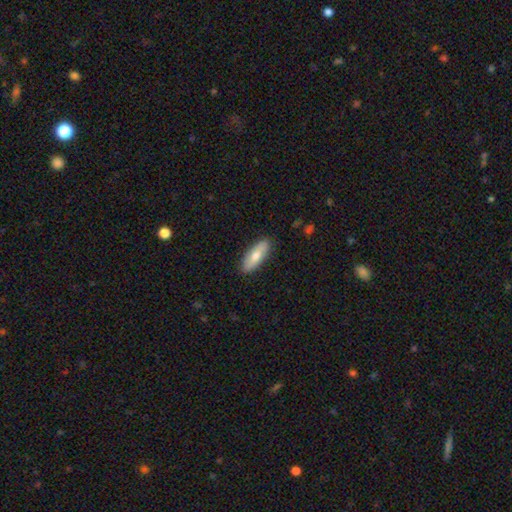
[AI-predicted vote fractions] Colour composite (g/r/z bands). It shows a smooth galaxy with no disk features (69%) that is in between round and cigar-shaped (64%). Merging: none (88%).